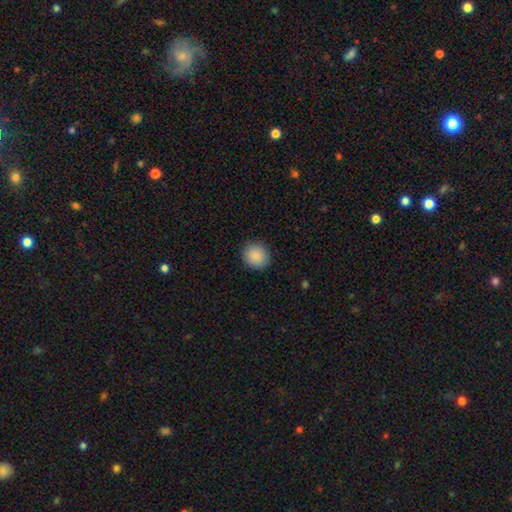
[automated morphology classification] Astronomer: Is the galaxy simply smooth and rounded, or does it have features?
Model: smooth — 88%.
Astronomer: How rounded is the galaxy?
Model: round — 85%.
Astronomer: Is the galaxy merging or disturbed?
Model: none — 90%.